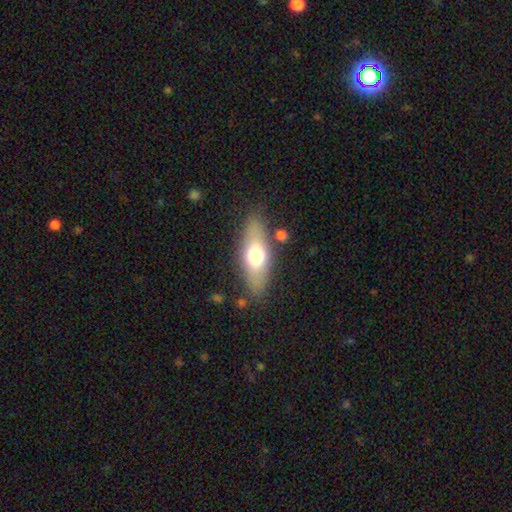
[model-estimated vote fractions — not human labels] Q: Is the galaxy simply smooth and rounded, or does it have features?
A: smooth — 62%.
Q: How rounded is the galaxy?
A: in between — 65%.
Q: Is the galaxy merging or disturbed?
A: none — 80%.